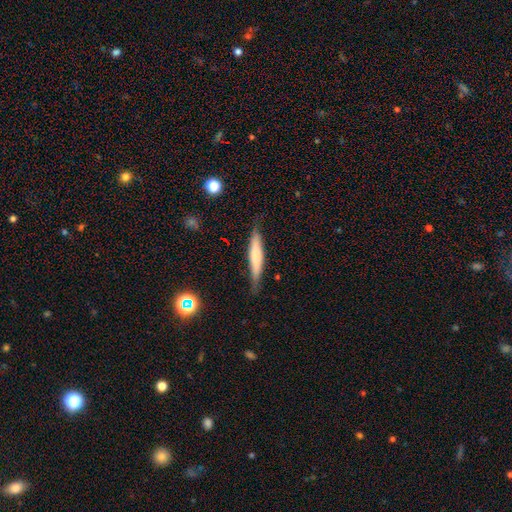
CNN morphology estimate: This is likely a smooth galaxy (63%). How rounded: clearly cigar-shaped (88%). Merging: likely none (77%).